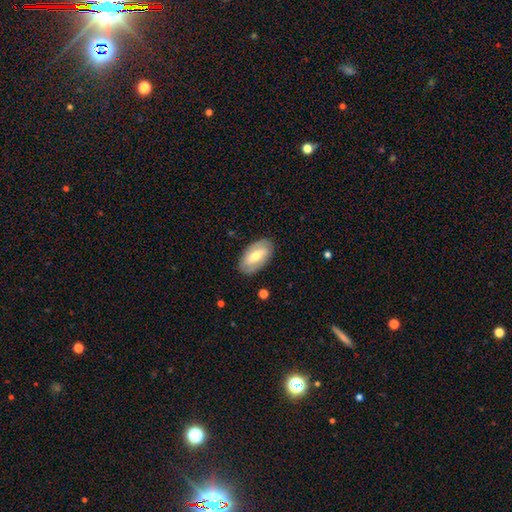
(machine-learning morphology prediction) type=smooth (47%, tied with featured or disk); merging=none (85%).